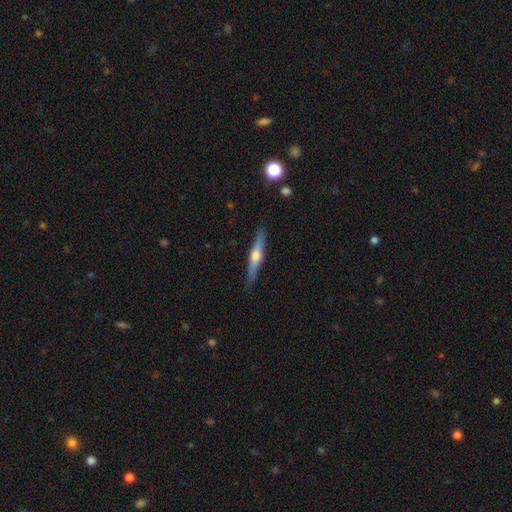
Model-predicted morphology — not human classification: Smooth or featured? Predicted: featured or disk (p=0.62). Edge-on disk? Predicted: yes (p=0.97). Edge-on bulge? Predicted: rounded (p=0.85). Merging? Predicted: none (p=0.88).